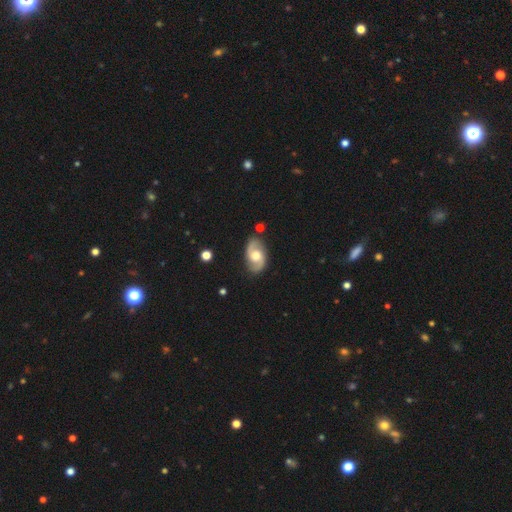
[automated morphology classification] Smooth or featured? Predicted: featured or disk (p=0.79). Edge-on disk? Predicted: no (p=0.96). Bar? Predicted: no (p=0.59). Spiral arms? Predicted: yes (p=0.93). Spiral winding? Predicted: medium (p=0.50). Spiral arm count? Predicted: 2 (p=0.92). Bulge size? Predicted: moderate (p=0.73). Merging? Predicted: none (p=0.83).